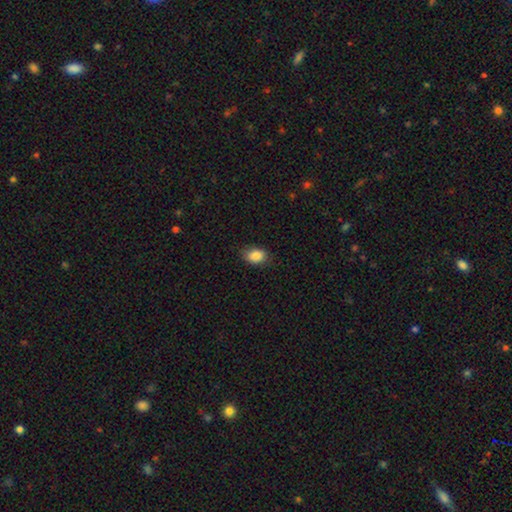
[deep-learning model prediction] Smooth or featured? smooth (87%)
How rounded? in between (78%)
Merging? none (81%)